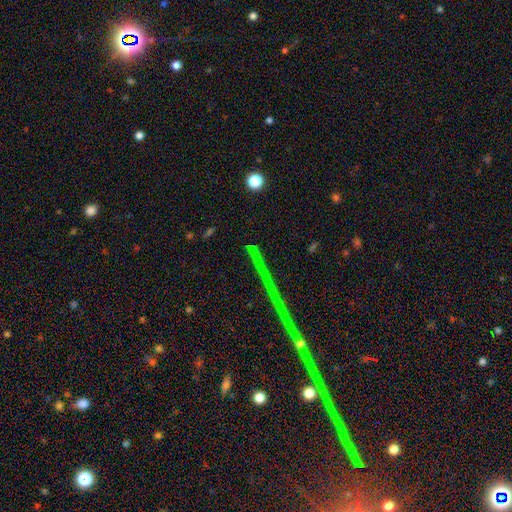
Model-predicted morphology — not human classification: This appears to be a star or artifact, not a galaxy (70%).